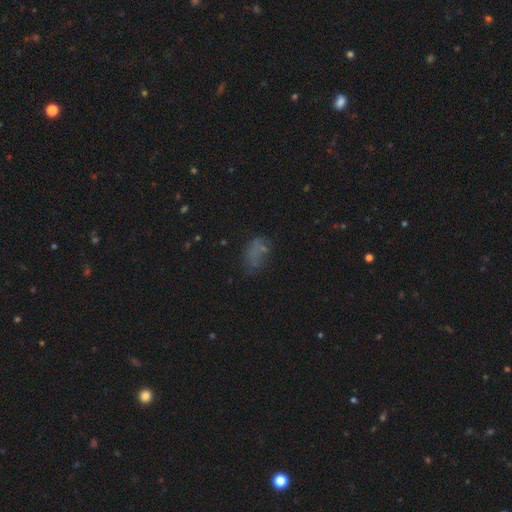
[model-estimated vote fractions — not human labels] Smooth or featured: smooth — 55% (star or artifact — 26%)
How rounded: in between — 84% (round — 11%)
Merging: none — 54% (minor disturbance — 21%)